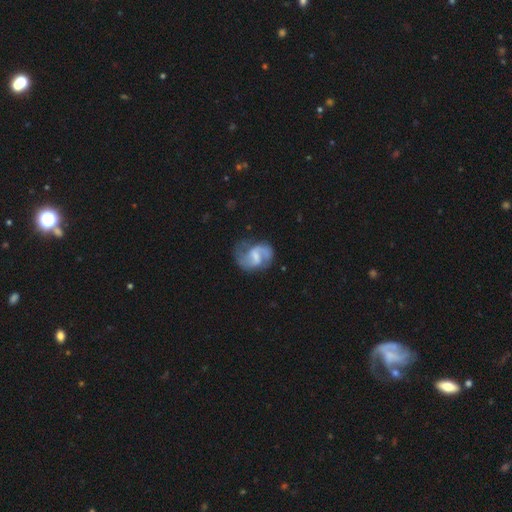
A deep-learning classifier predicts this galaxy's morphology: Smooth or featured?
  - featured or disk: 81% *
  - smooth: 13%
  - star or artifact: 6%
Edge-on disk?
  - no: 98% *
  - yes: 2%
Bar?
  - weak: 58% *
  - strong: 22%
  - no: 20%
Spiral arms?
  - yes: 94% *
  - no: 6%
Spiral winding?
  - medium: 50% *
  - loose: 36%
  - tight: 14%
Spiral arm count?
  - 2: 87% *
  - can't tell: 5%
  - 1: 4%
  - 3: 2%
  - 4: 1%
  - more than 4: 1%
Bulge size?
  - small: 33% *
  - none: 31%
  - moderate: 29%
  - large: 5%
  - dominant: 1%
Merging?
  - none: 60% *
  - minor disturbance: 23%
  - major disturbance: 15%
  - merger: 2%